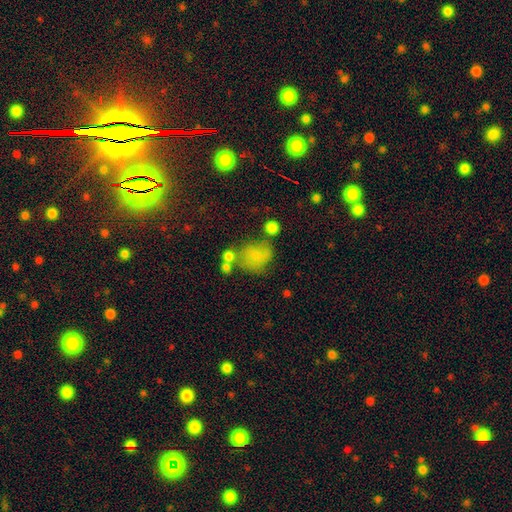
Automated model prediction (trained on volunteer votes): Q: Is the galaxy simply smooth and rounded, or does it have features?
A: smooth — 70%.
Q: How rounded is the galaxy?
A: round — 64%.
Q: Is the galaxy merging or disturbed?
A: none — 47%.